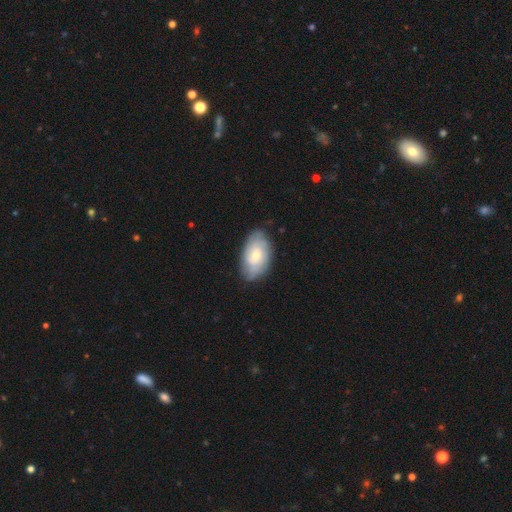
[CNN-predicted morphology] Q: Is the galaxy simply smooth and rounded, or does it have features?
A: featured or disk — 52%.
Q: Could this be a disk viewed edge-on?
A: no — 94%.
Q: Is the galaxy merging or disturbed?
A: none — 76%.